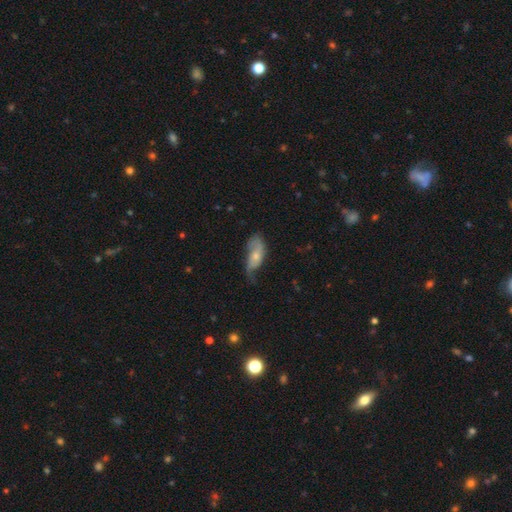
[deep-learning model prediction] A featured or disk galaxy (49%).

Vote fractions:
- Smooth or featured? featured or disk: 49% / smooth: 45% / star or artifact: 7%
- Merging? none: 37% (tied) / minor disturbance: 37% (tied) / major disturbance: 24% / merger: 3%